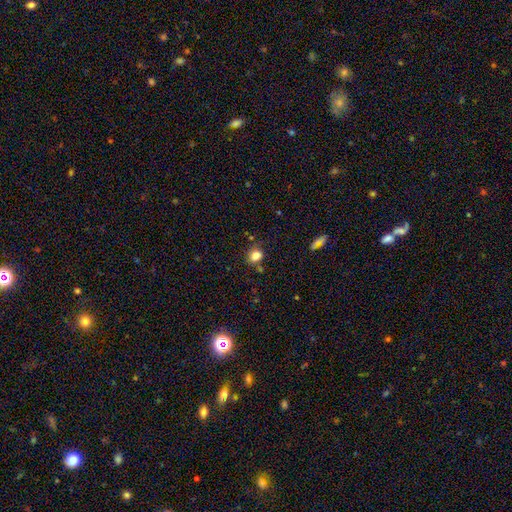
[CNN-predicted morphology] A smooth galaxy with no disk features (82%) that is round (54%).

Vote fractions:
- Smooth or featured? smooth: 82% / star or artifact: 11% / featured or disk: 6%
- How rounded? round: 54% / in between: 45% / cigar-shaped: 1%
- Merging? none: 68% / minor disturbance: 19% / merger: 8% / major disturbance: 5%